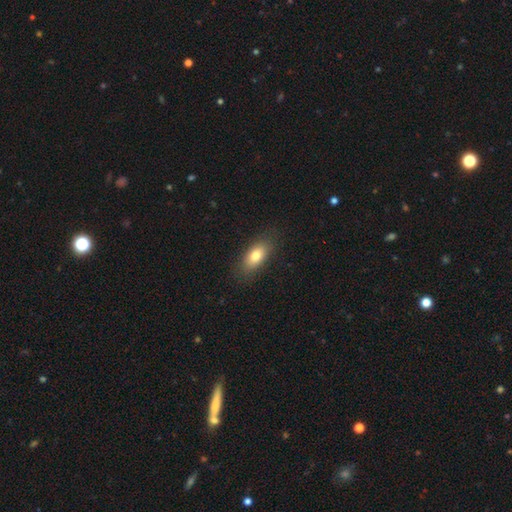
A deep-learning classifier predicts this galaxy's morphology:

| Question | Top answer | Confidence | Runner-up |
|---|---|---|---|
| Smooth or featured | smooth | 78% | featured or disk (15%) |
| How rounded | in between | 85% | cigar-shaped (9%) |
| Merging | none | 84% | minor disturbance (12%) |